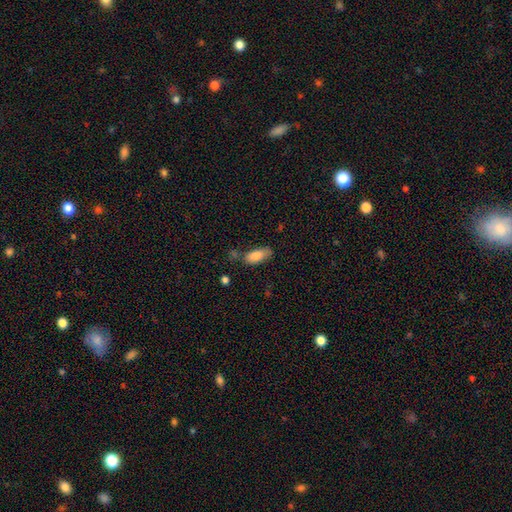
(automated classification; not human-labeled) The model was most divided on "merging": none: 60%, minor disturbance: 24%, merger: 9%, major disturbance: 7%. More confident: smooth or featured — smooth (83%); how rounded — in between (82%).